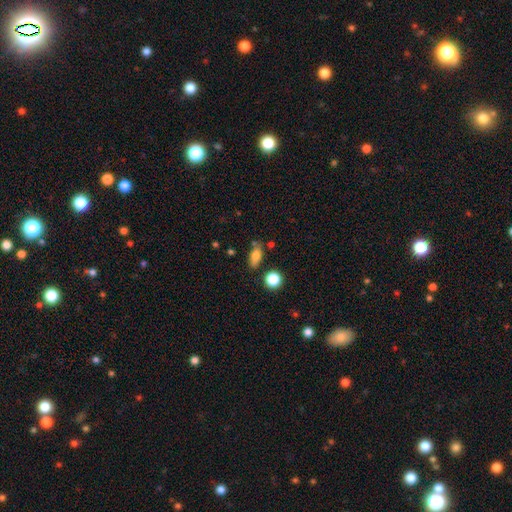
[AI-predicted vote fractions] The model was most divided on "merging": none: 73%, minor disturbance: 16%, merger: 7%, major disturbance: 4%. More confident: smooth or featured — smooth (79%); how rounded — in between (77%).